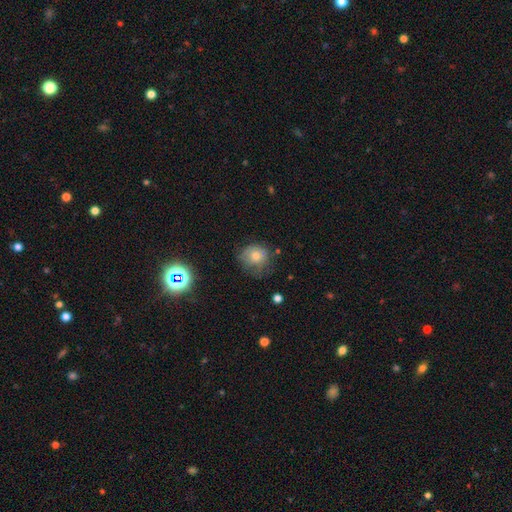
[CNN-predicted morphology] smooth 65%, featured or disk 20%, star or artifact 16%. Down the decision tree: how rounded — round (77%); merging — none (57%).